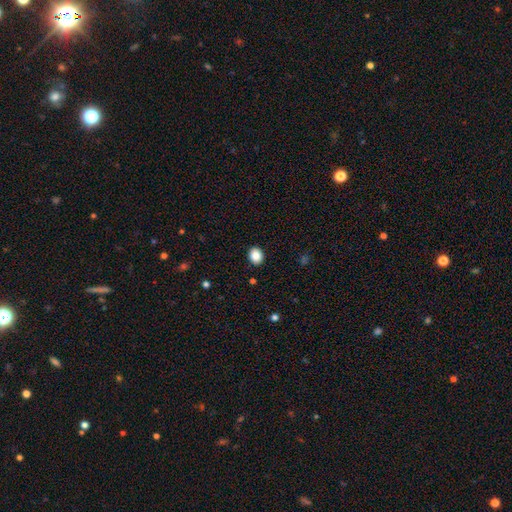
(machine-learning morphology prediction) smooth 87%, star or artifact 9%, featured or disk 4%. Down the decision tree: how rounded — round (53%); merging — none (91%).